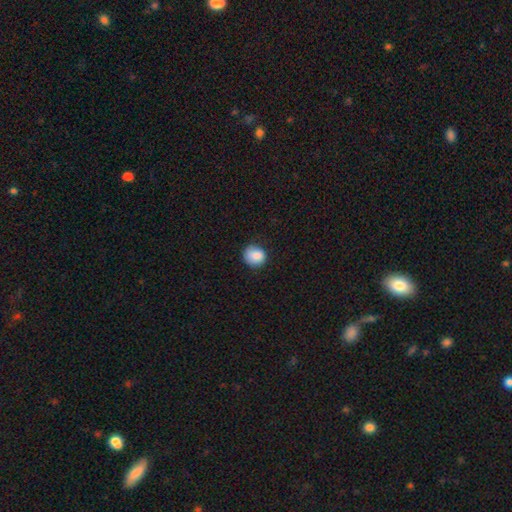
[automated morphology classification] This is clearly a smooth galaxy (87%). How rounded: clearly round (84%). Merging: likely none (77%).